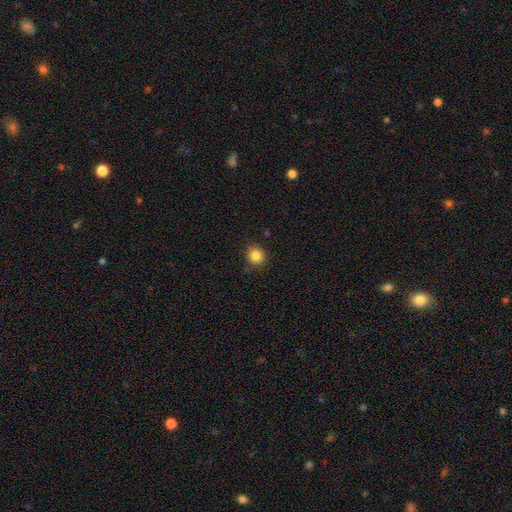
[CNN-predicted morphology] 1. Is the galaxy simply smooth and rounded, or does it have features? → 85% smooth, 11% star or artifact, 5% featured or disk.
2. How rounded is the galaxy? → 87% round, 12% in between, 1% cigar-shaped.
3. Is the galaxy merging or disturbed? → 87% none, 9% minor disturbance, 2% major disturbance, 1% merger.